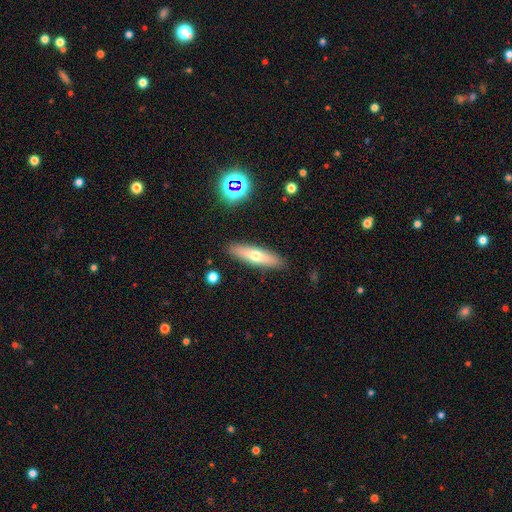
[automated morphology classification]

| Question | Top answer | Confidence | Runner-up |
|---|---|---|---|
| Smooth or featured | smooth | 56% | featured or disk (36%) |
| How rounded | cigar-shaped | 75% | in between (23%) |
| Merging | none | 90% | minor disturbance (7%) |